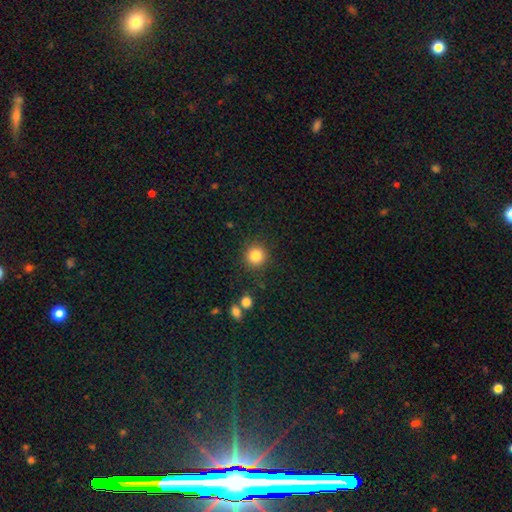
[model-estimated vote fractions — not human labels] This is clearly a smooth galaxy (83%). How rounded: clearly round (93%). Merging: clearly none (89%).